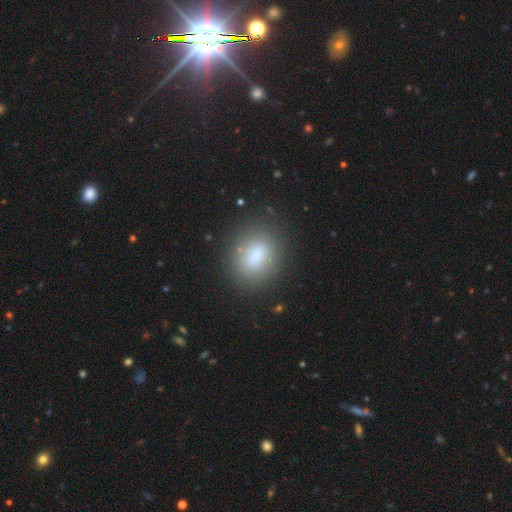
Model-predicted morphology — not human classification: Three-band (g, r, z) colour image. It shows a smooth galaxy with no disk features (73%) that is in between round and cigar-shaped (52%). Merging: none (78%).